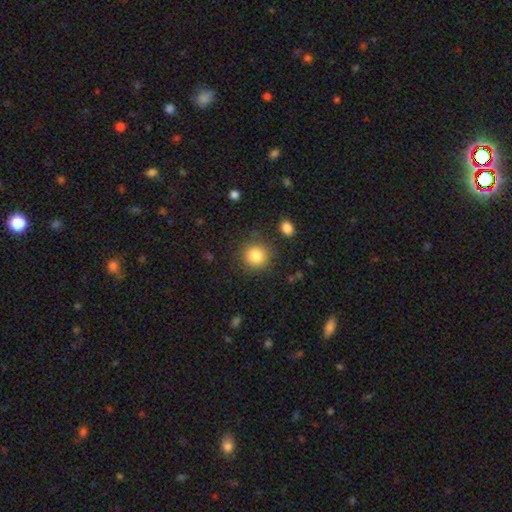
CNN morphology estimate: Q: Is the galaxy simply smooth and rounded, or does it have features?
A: smooth — 84%.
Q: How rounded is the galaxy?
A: round — 90%.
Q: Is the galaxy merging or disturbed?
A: none — 84%.